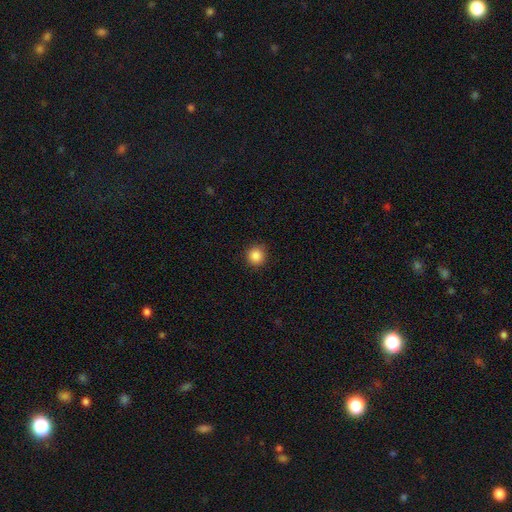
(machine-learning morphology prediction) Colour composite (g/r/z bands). It shows a smooth galaxy with no disk features (86%) that is round (94%). Merging: none (90%).